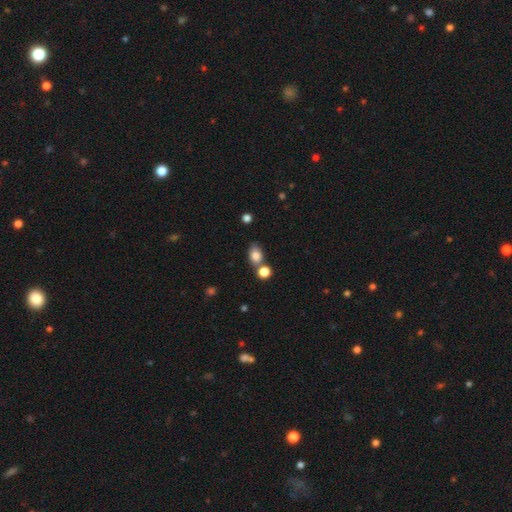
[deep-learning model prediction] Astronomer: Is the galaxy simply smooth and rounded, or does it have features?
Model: smooth — 82%.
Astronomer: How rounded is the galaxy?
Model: in between — 68%.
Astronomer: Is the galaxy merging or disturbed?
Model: none — 53%.